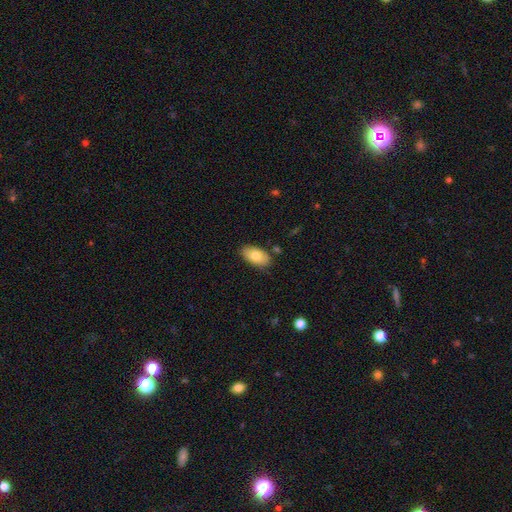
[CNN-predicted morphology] smooth-or-featured: smooth: 77% | featured or disk: 16% | star or artifact: 6%
  how-rounded: in between: 94% | round: 4% | cigar-shaped: 3%
  merging: none: 82% | minor disturbance: 13% | merger: 3% | major disturbance: 2%